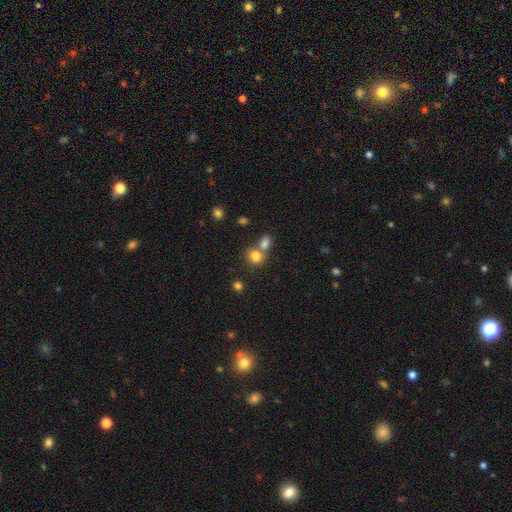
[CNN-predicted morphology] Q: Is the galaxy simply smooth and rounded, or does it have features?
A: smooth — 80%.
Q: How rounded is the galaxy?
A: round — 59%.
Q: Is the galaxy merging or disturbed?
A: merger — 46%.